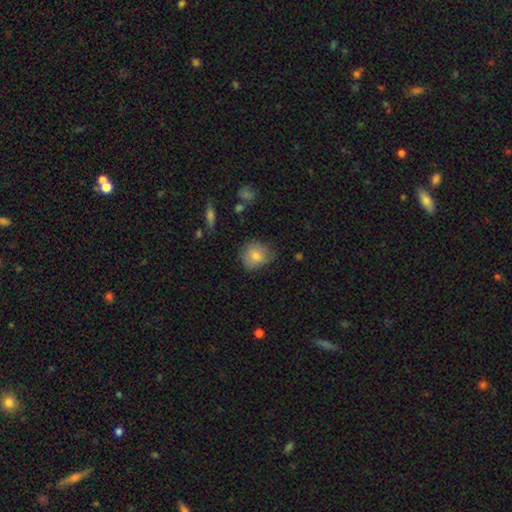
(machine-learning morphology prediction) smooth-or-featured: smooth: 78% | featured or disk: 13% | star or artifact: 9%
  how-rounded: round: 72% | in between: 27% | cigar-shaped: 1%
  merging: none: 62% | minor disturbance: 29% | major disturbance: 7% | merger: 2%